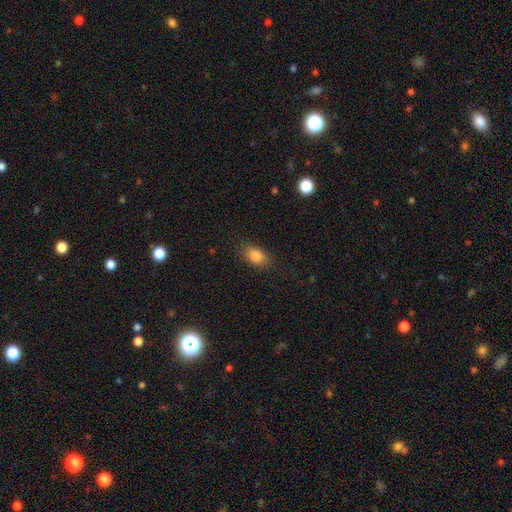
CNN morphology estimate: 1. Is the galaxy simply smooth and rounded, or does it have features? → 85% smooth, 9% star or artifact, 6% featured or disk.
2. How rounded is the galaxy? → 84% in between, 13% round, 3% cigar-shaped.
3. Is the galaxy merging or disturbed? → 81% none, 14% minor disturbance, 4% major disturbance, 1% merger.